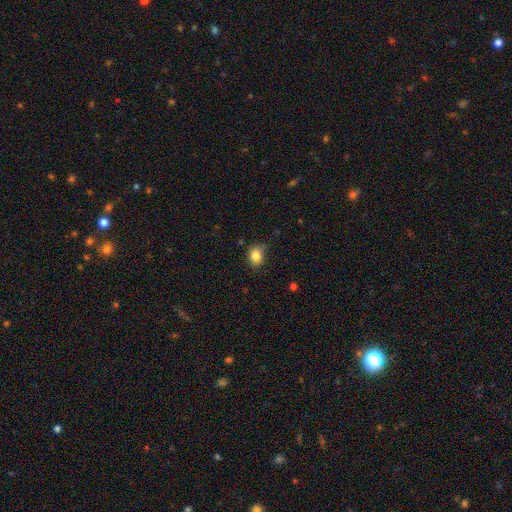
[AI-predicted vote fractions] Smooth or featured: smooth — 84% (star or artifact — 10%)
How rounded: round — 51% (in between — 48%)
Merging: none — 73% (minor disturbance — 22%)